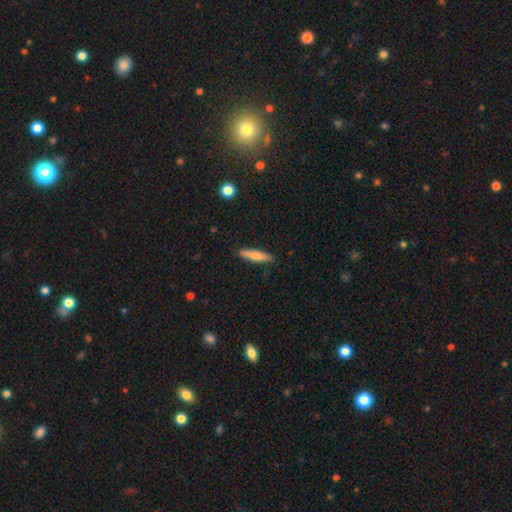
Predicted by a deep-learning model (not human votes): The model was most divided on "smooth or featured": smooth: 62%, featured or disk: 32%, star or artifact: 6%. More confident: merging — none (89%); how rounded — cigar-shaped (82%).